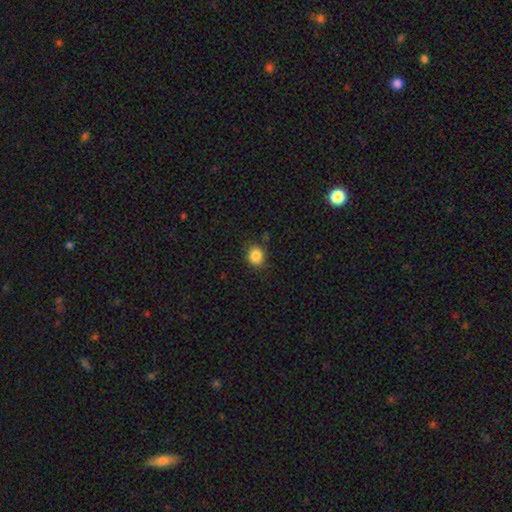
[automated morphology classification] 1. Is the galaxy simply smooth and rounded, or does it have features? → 85% smooth, 10% star or artifact, 5% featured or disk.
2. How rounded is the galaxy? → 68% round, 31% in between, 1% cigar-shaped.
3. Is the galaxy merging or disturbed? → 84% none, 12% minor disturbance, 3% major disturbance, 2% merger.